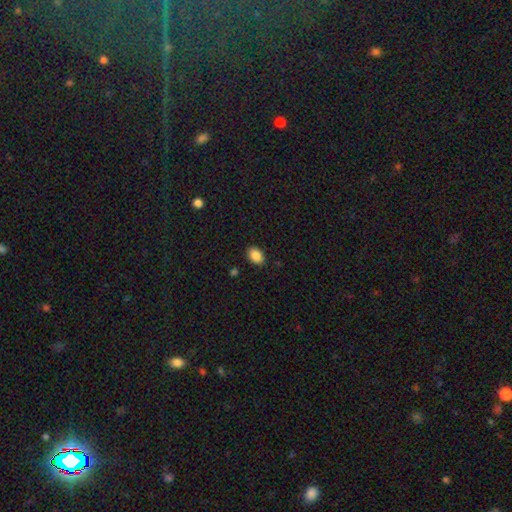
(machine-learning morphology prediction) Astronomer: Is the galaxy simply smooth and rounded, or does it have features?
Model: smooth — 88%.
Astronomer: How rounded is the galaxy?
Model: in between — 83%.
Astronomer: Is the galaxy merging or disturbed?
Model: none — 88%.